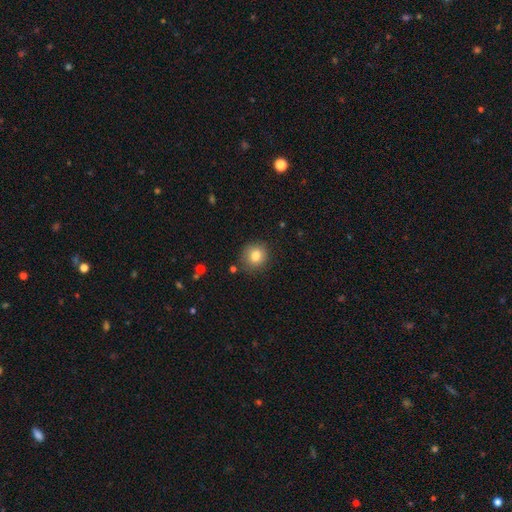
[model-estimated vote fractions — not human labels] A smooth galaxy with no disk features (81%) that is round (88%). Merging: none (84%).